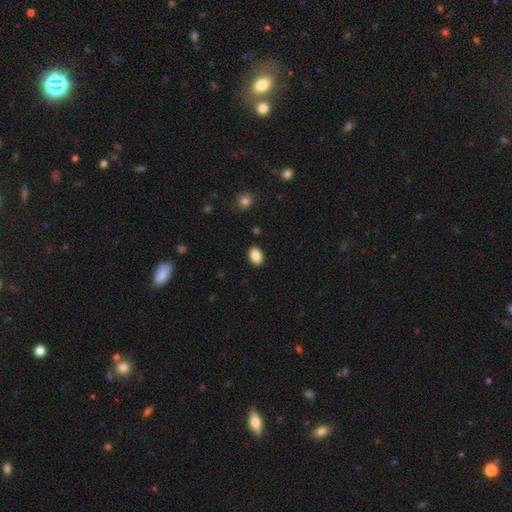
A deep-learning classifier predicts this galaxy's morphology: This appears to be a smooth galaxy with no disk features (87%) that is in between round and cigar-shaped (85%). Merging: none (89%).